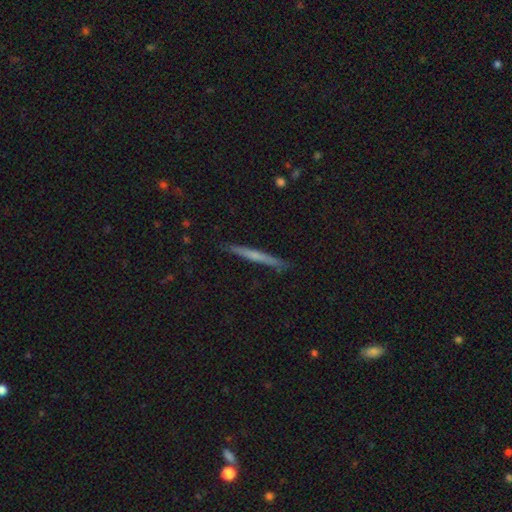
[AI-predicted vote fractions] This appears to be a smooth galaxy with no disk features (47%). Merging: none (90%).